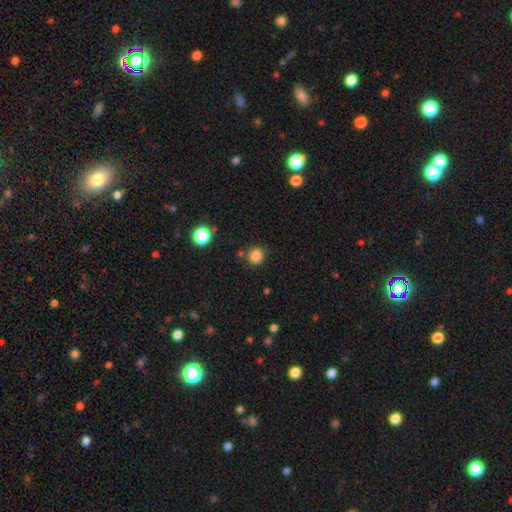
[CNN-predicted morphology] Overall: smooth (84%). How rounded: round (87%). Merging: none (82%).